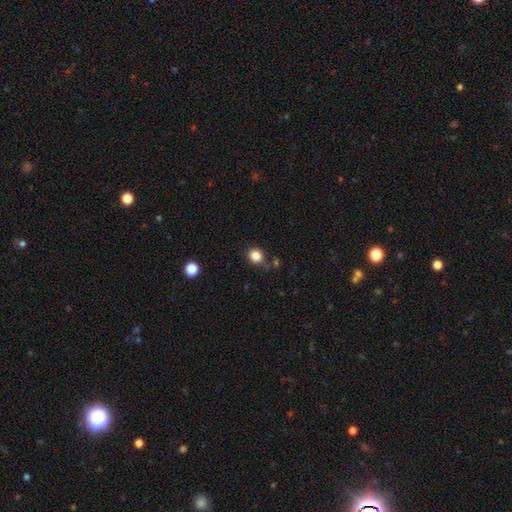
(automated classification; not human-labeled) smooth-or-featured: smooth: 84% | star or artifact: 12% | featured or disk: 4%
  how-rounded: round: 78% | in between: 21% | cigar-shaped: 1%
  merging: none: 77% | minor disturbance: 13% | merger: 6% | major disturbance: 3%